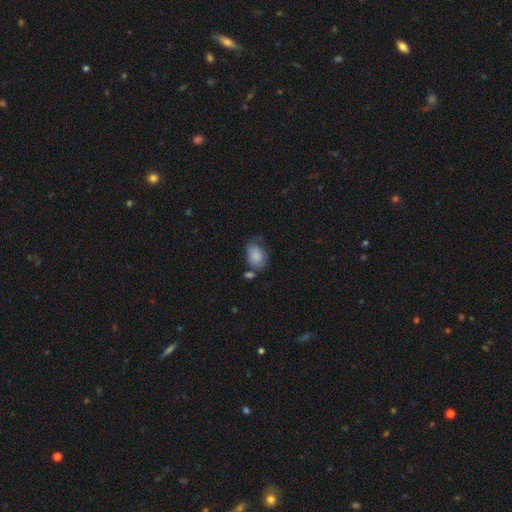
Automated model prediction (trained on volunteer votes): Smooth or featured? smooth (84%)
How rounded? in between (78%)
Merging? none (48%)